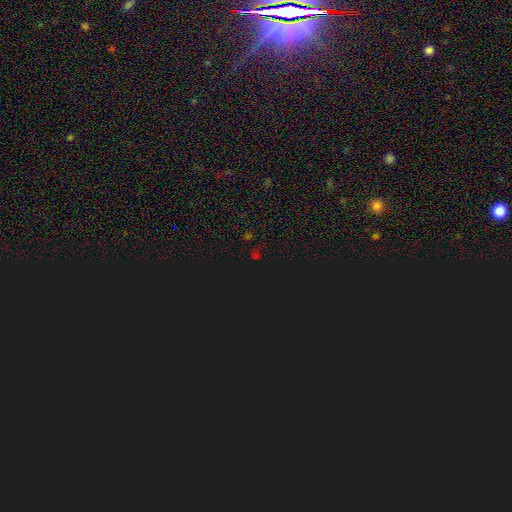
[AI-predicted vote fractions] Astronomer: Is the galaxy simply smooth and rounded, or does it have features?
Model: star or artifact — 73%.